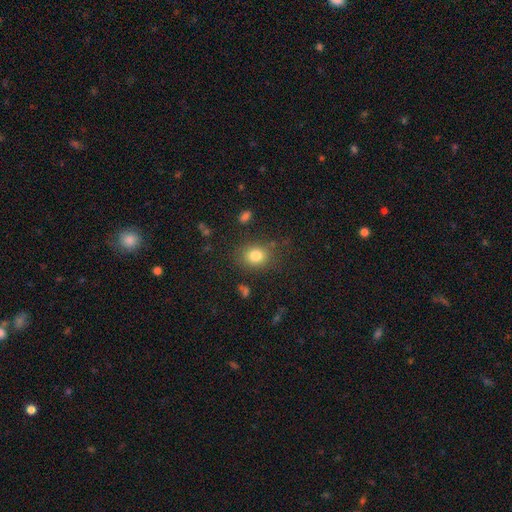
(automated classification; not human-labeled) Smooth or featured? Predicted: smooth (p=0.81). How rounded? Predicted: round (p=0.58). Merging? Predicted: none (p=0.80).